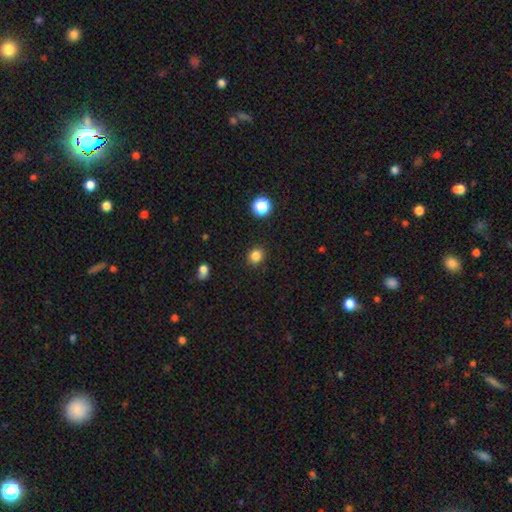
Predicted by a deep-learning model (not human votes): Smooth or featured: smooth — 84% (star or artifact — 12%)
How rounded: round — 79% (in between — 20%)
Merging: none — 89% (minor disturbance — 7%)